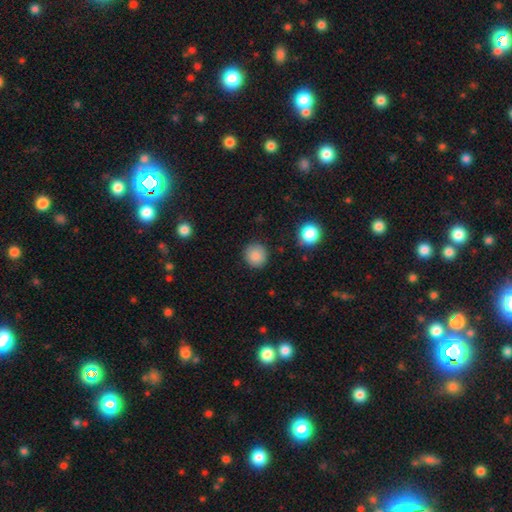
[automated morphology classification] This appears to be a smooth galaxy with no disk features (86%) that is round (93%). Merging: none (89%).